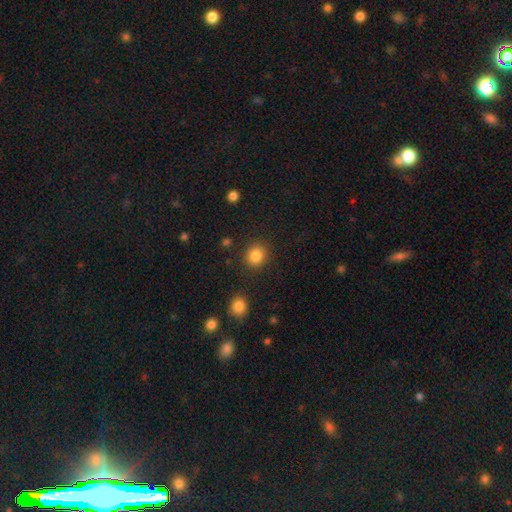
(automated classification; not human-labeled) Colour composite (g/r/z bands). It shows a smooth galaxy with no disk features (85%) that is round (81%). Merging: none (87%).